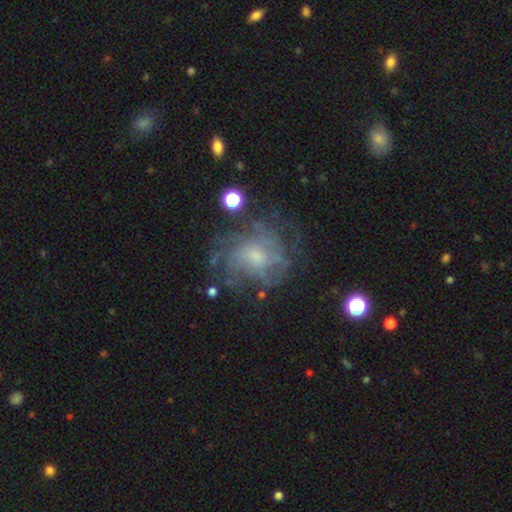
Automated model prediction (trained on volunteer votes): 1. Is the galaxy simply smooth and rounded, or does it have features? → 69% featured or disk, 19% smooth, 12% star or artifact.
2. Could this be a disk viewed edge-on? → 97% no, 3% yes.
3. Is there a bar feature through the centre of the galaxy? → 73% no, 24% weak, 3% strong.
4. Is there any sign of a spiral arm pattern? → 74% yes, 26% no.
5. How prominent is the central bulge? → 47% small, 38% moderate, 9% none, 4% large, 1% dominant.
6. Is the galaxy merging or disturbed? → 62% none, 19% minor disturbance, 17% major disturbance, 3% merger.